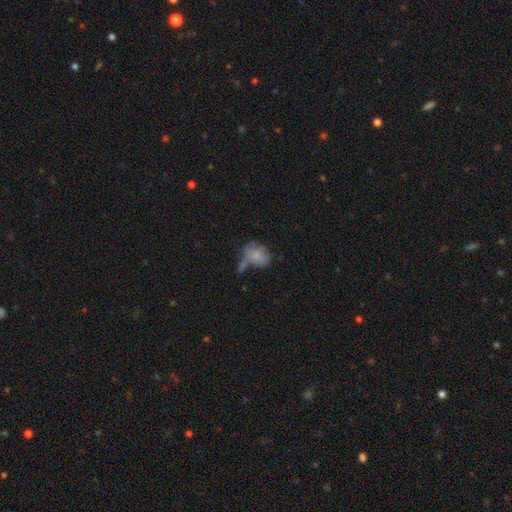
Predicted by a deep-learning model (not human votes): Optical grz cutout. It shows a smooth galaxy with no disk features (69%) that is in between round and cigar-shaped (65%). Merging: none (33%).